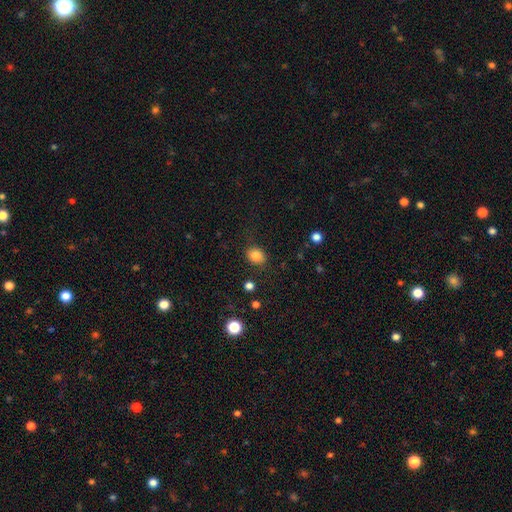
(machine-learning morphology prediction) A smooth galaxy with no disk features (83%) that is round (52%). Merging: none (82%).